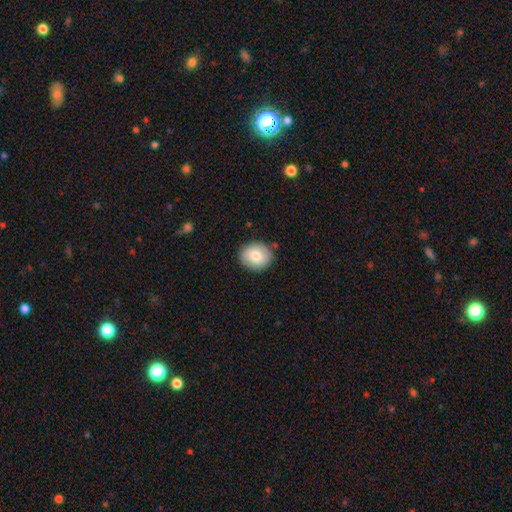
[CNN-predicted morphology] Smooth or featured?
  - smooth: 77% *
  - featured or disk: 16%
  - star or artifact: 7%
How rounded?
  - round: 74% *
  - in between: 25%
  - cigar-shaped: 1%
Merging?
  - none: 87% *
  - minor disturbance: 9%
  - major disturbance: 2%
  - merger: 2%